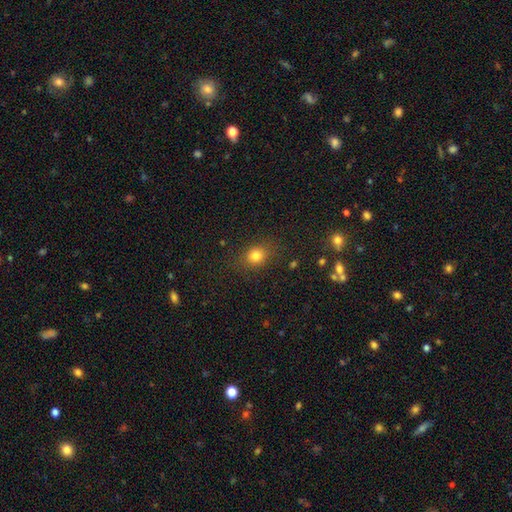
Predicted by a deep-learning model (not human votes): Q: Smooth or featured?
A: smooth (79%); runner-up: star or artifact (14%)
Q: How rounded?
A: round (64%); runner-up: in between (35%)
Q: Merging?
A: none (81%); runner-up: minor disturbance (12%)